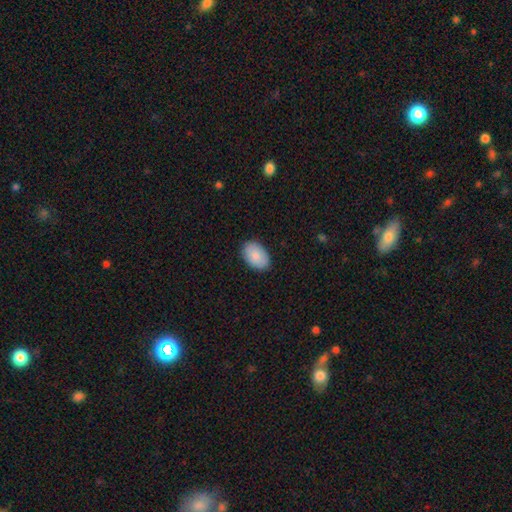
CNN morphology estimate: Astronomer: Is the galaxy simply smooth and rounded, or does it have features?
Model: smooth — 88%.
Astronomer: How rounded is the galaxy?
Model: in between — 91%.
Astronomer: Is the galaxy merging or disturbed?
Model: none — 88%.